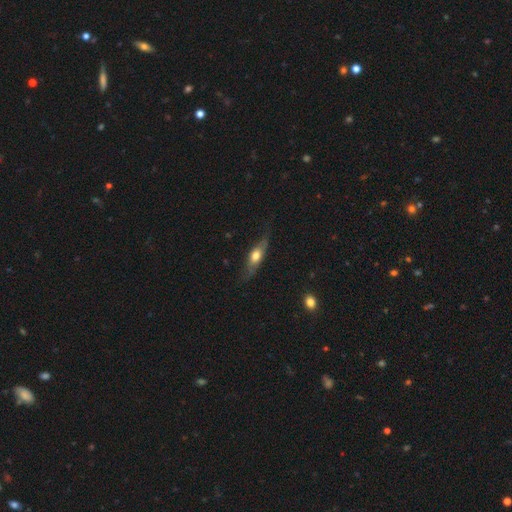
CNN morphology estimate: Smooth or featured? Predicted: smooth (p=0.49). Merging? Predicted: none (p=0.69).